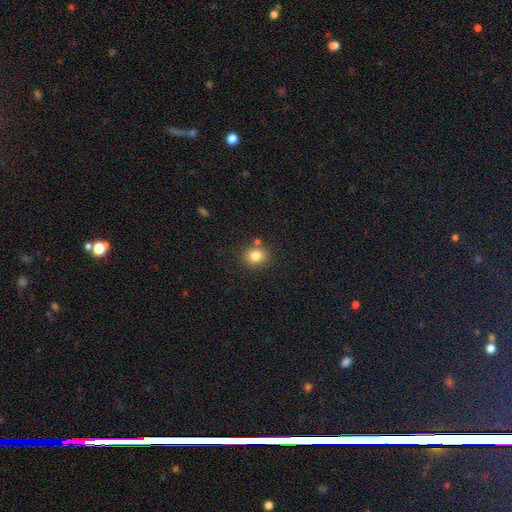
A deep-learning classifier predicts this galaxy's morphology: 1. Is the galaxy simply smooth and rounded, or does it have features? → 81% smooth, 11% star or artifact, 7% featured or disk.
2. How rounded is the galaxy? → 73% round, 26% in between, 1% cigar-shaped.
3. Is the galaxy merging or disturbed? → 79% none, 10% minor disturbance, 8% merger, 3% major disturbance.